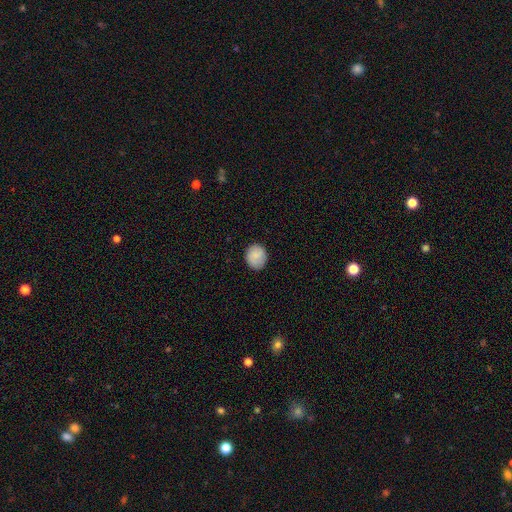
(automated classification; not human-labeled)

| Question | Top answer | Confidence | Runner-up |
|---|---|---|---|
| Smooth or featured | smooth | 86% | star or artifact (7%) |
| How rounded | round | 75% | in between (24%) |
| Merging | none | 86% | minor disturbance (11%) |